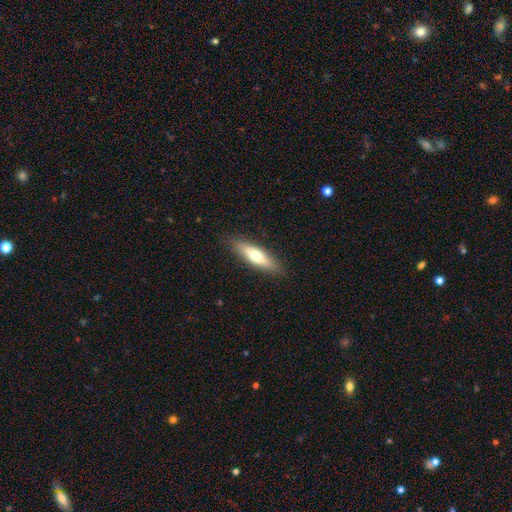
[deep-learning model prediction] Smooth or featured? Predicted: smooth (p=0.62). How rounded? Predicted: cigar-shaped (p=0.60). Merging? Predicted: none (p=0.87).